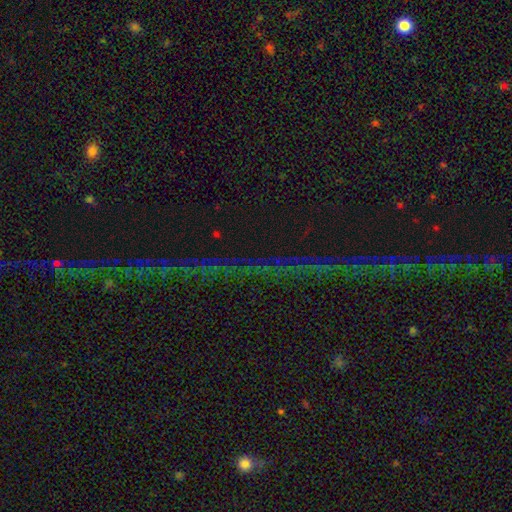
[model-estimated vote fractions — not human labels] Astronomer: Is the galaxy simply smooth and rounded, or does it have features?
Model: star or artifact — 77%.